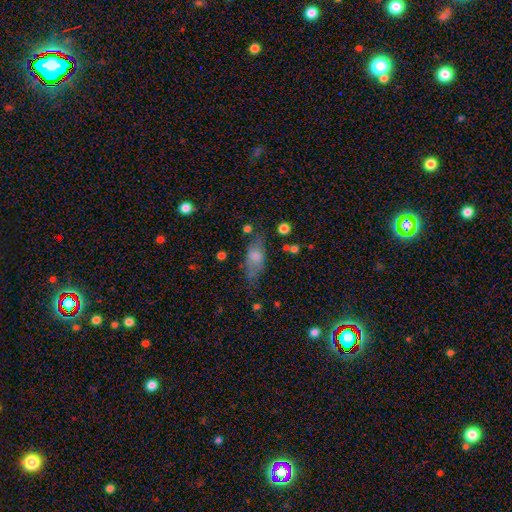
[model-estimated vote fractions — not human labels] Smooth or featured? smooth (35%)
Merging? none (67%)